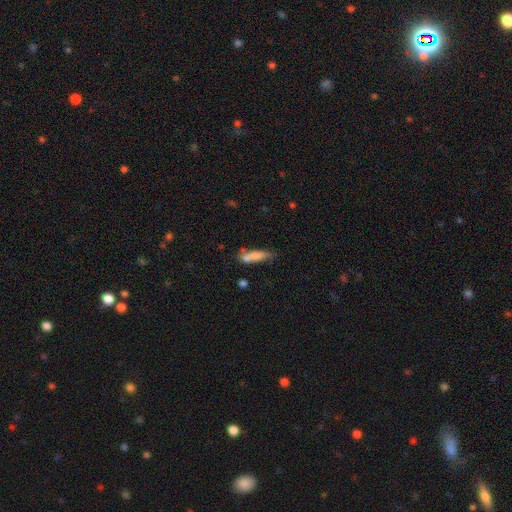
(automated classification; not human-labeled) Smooth or featured? Predicted: smooth (p=0.71). How rounded? Predicted: cigar-shaped (p=0.66). Merging? Predicted: none (p=0.47).